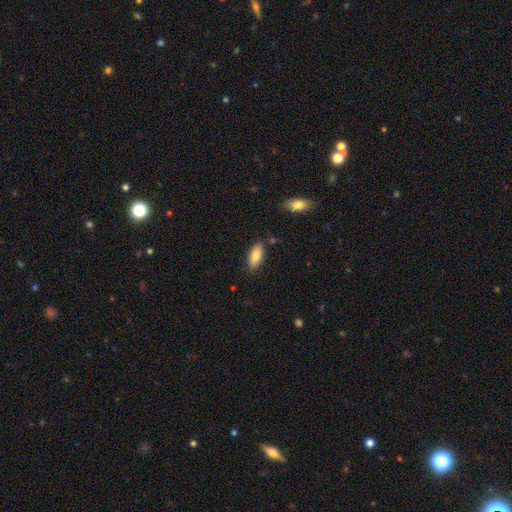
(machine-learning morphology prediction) This is clearly a smooth galaxy (82%). How rounded: clearly in between (80%). Merging: clearly none (84%).